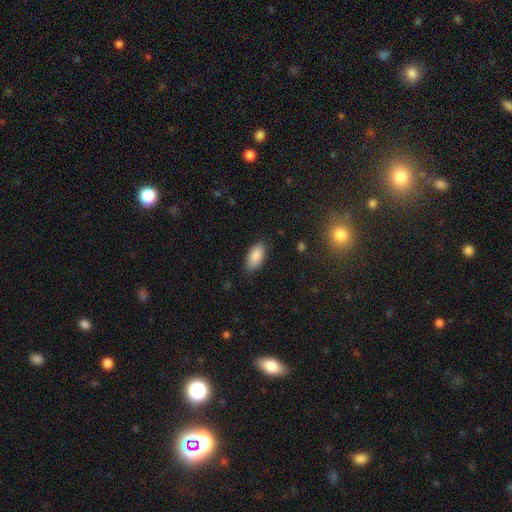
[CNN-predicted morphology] Smooth or featured? Predicted: smooth (p=0.88). How rounded? Predicted: in between (p=0.93). Merging? Predicted: none (p=0.85).